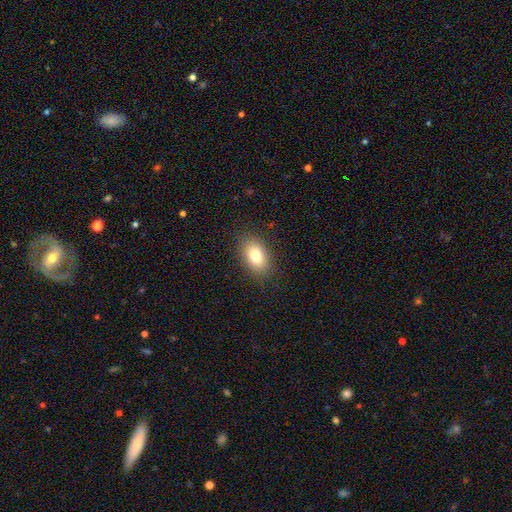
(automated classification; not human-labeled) Smooth or featured?
  - smooth: 80% *
  - featured or disk: 11%
  - star or artifact: 9%
How rounded?
  - in between: 87% *
  - round: 11%
  - cigar-shaped: 2%
Merging?
  - none: 87% *
  - minor disturbance: 10%
  - major disturbance: 3%
  - merger: 1%